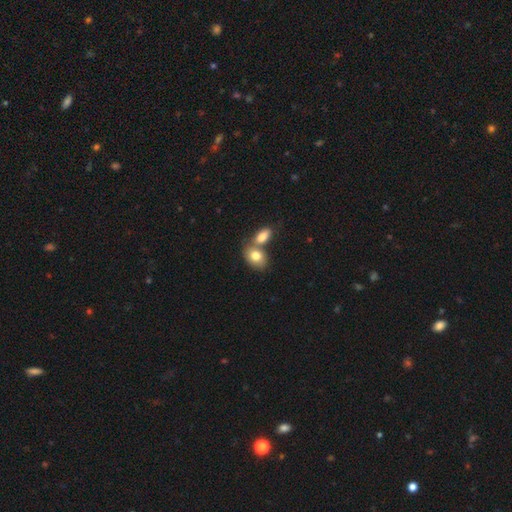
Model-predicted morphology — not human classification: The model was most divided on "merging": merger: 51%, none: 38%, minor disturbance: 9%, major disturbance: 3%. More confident: smooth or featured — smooth (80%); how rounded — in between (79%).